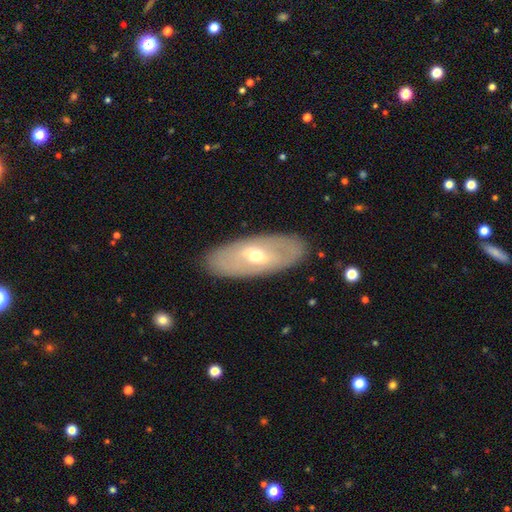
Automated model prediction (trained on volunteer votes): Smooth or featured? Predicted: featured or disk (p=0.59). Edge-on disk? Predicted: no (p=0.76). Merging? Predicted: none (p=0.87).